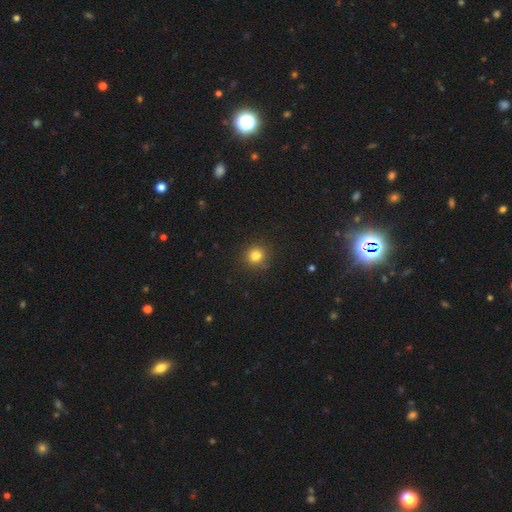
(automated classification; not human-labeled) smooth-or-featured: smooth: 82% | star or artifact: 13% | featured or disk: 5%
  how-rounded: round: 89% | in between: 10% | cigar-shaped: 1%
  merging: none: 86% | minor disturbance: 9% | major disturbance: 3% | merger: 2%